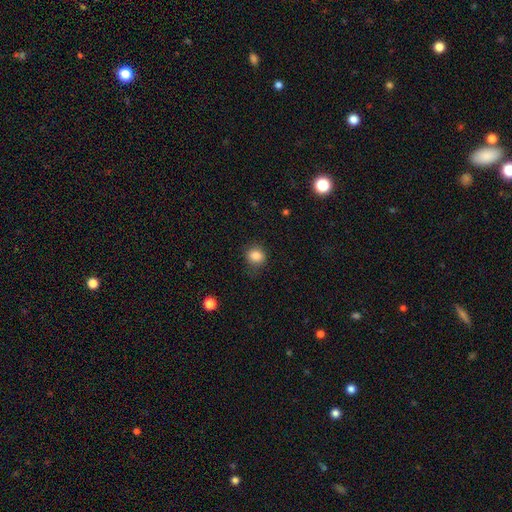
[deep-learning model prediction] Overall: smooth (84%). How rounded: round (73%). Merging: none (75%).